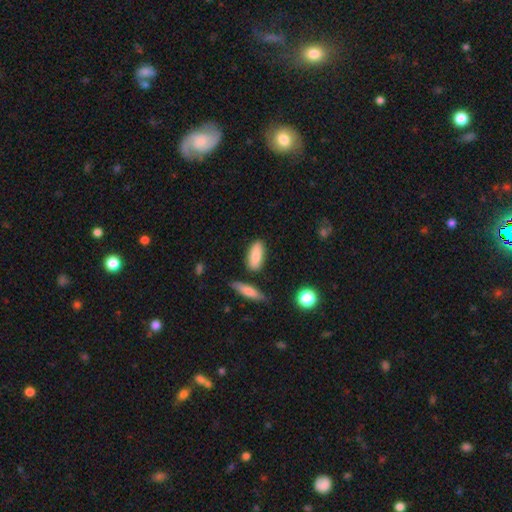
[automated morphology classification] smooth_or_featured: smooth (p=0.82) [alt: featured or disk p=0.11]
how_rounded: in between (p=0.74) [alt: cigar-shaped p=0.23]
merging: none (p=0.79) [alt: minor disturbance p=0.13]